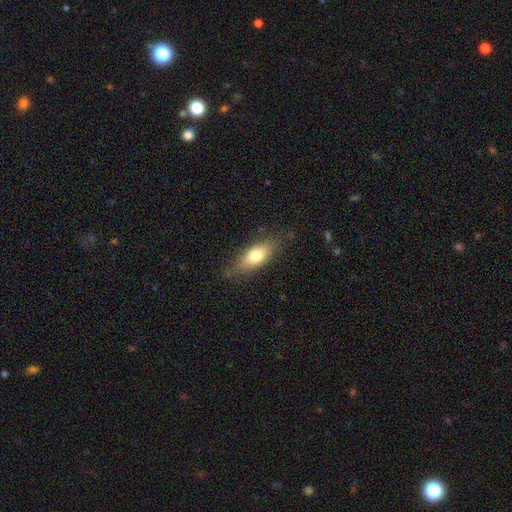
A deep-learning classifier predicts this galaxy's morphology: A smooth galaxy with no disk features (71%) that is in between round and cigar-shaped (75%).

Vote fractions:
- Smooth or featured? smooth: 71% / featured or disk: 22% / star or artifact: 7%
- How rounded? in between: 75% / cigar-shaped: 21% / round: 4%
- Merging? none: 76% / minor disturbance: 18% / major disturbance: 5% / merger: 1%